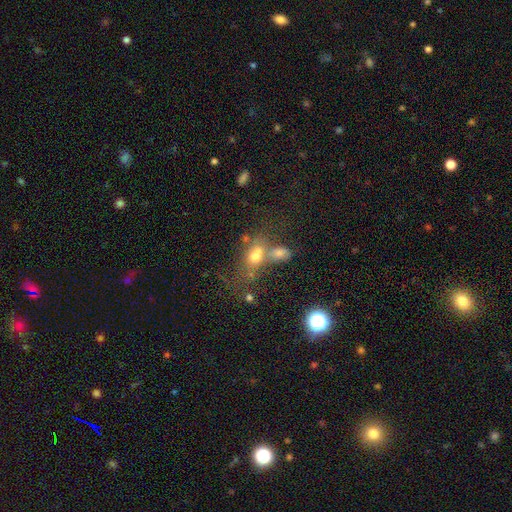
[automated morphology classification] Smooth or featured? smooth (62%)
How rounded? in between (65%)
Merging? merger (47%)